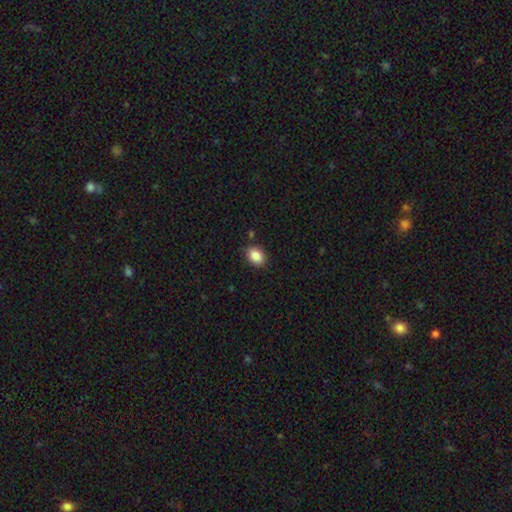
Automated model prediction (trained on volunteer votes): Smooth or featured: smooth — 87% (star or artifact — 8%)
How rounded: in between — 70% (round — 29%)
Merging: none — 82% (minor disturbance — 13%)